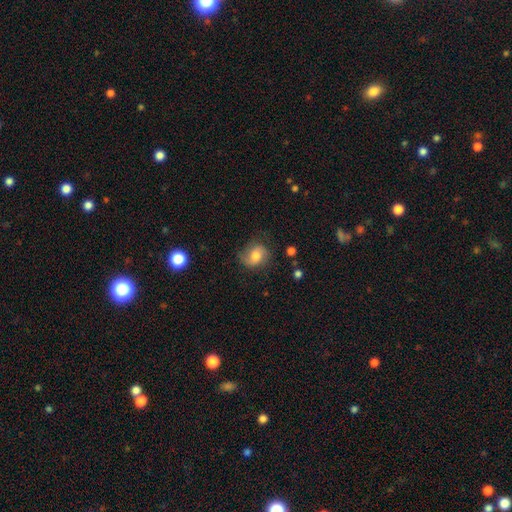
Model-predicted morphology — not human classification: Smooth or featured: smooth — 55% (featured or disk — 36%)
How rounded: round — 57% (in between — 42%)
Merging: none — 65% (minor disturbance — 23%)